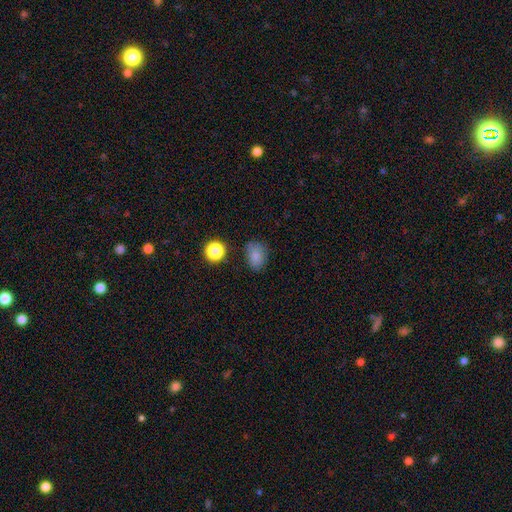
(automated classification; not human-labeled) smooth 82%, star or artifact 12%, featured or disk 6%. Down the decision tree: how rounded — in between (63%); merging — none (72%).